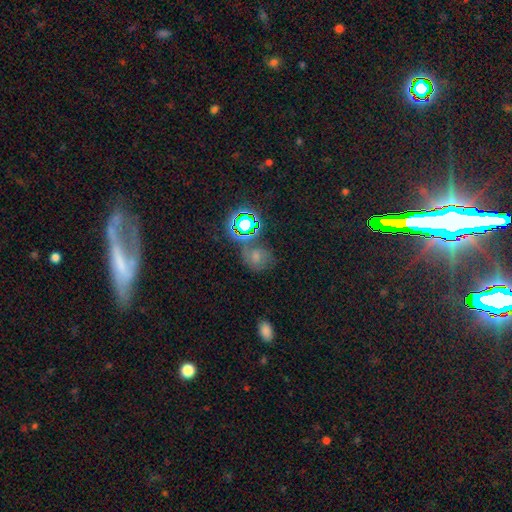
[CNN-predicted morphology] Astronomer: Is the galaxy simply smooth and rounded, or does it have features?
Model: smooth — 50% (runner-up: star or artifact, 33%).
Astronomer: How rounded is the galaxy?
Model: round — 67%.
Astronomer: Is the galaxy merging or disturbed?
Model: none — 59%.